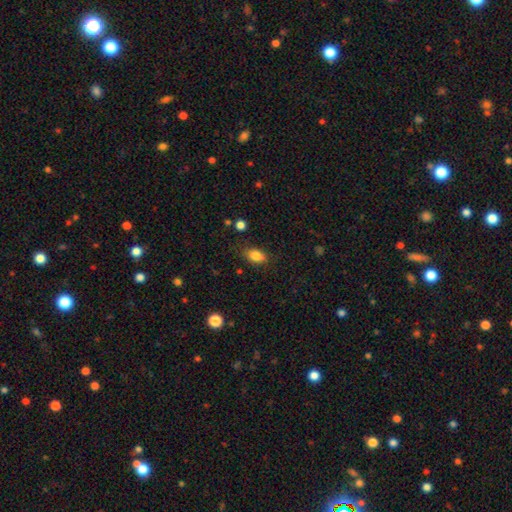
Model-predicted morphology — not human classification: This is clearly a smooth galaxy (84%). How rounded: clearly in between (82%). Merging: likely none (79%).